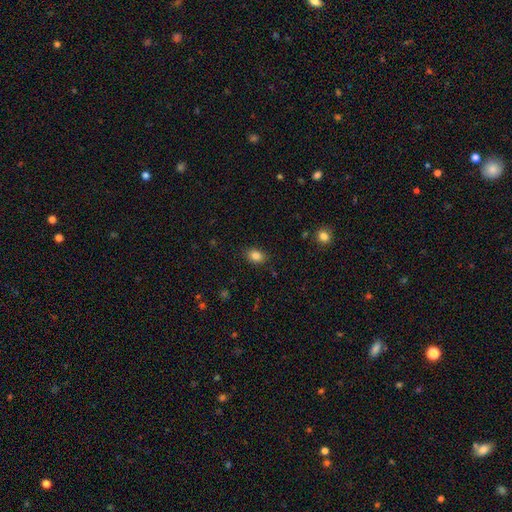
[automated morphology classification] Overall: smooth (84%). How rounded: in between (72%). Merging: none (86%).